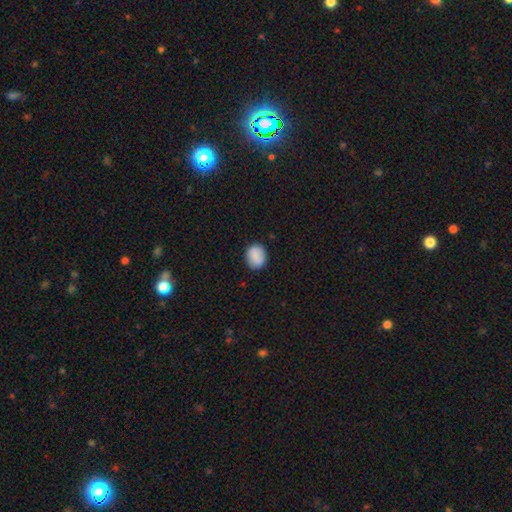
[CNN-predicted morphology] Smooth or featured: smooth — 86% (star or artifact — 7%)
How rounded: round — 57% (in between — 42%)
Merging: none — 85% (minor disturbance — 11%)